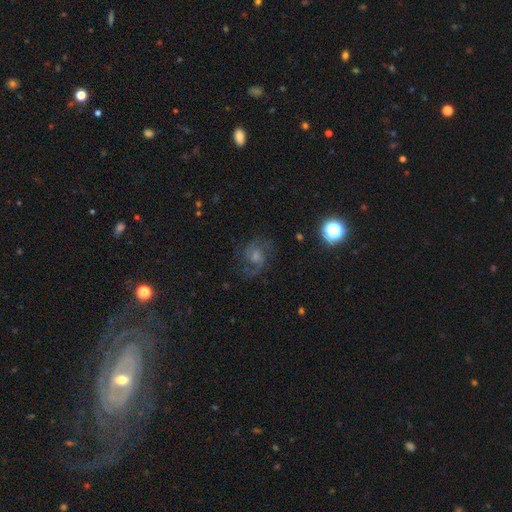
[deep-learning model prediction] Smooth or featured: featured or disk — 70% (star or artifact — 18%)
Edge-on disk: no — 98% (yes — 2%)
Bar: no — 49% (weak — 43%)
Spiral arms: yes — 95% (no — 5%)
Spiral winding: medium — 56% (tight — 25%)
Spiral arm count: 2 — 75% (can't tell — 11%)
Bulge size: small — 41% (moderate — 40%)
Merging: none — 76% (minor disturbance — 14%)